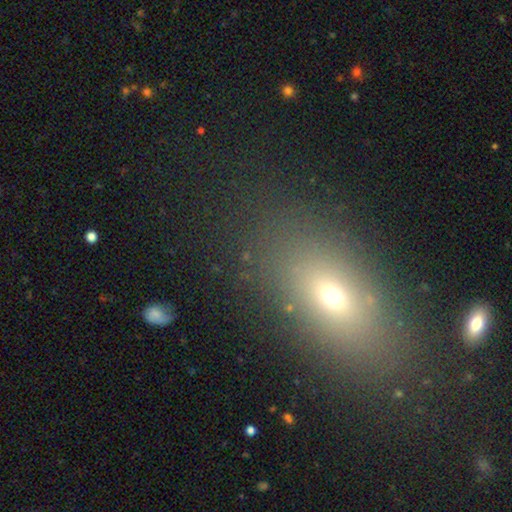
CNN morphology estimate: smooth_or_featured: smooth (p=0.59) [alt: star or artifact p=0.22]
how_rounded: in between (p=0.72) [alt: round p=0.17]
merging: none (p=0.82) [alt: minor disturbance p=0.10]